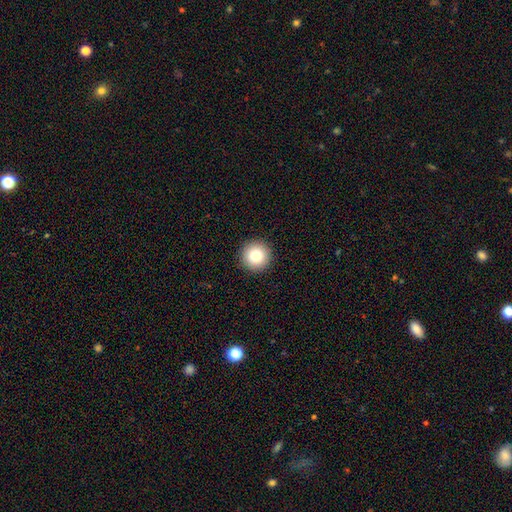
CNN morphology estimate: The model was most divided on "smooth or featured": smooth: 81%, star or artifact: 11%, featured or disk: 8%. More confident: how rounded — round (96%); merging — none (93%).